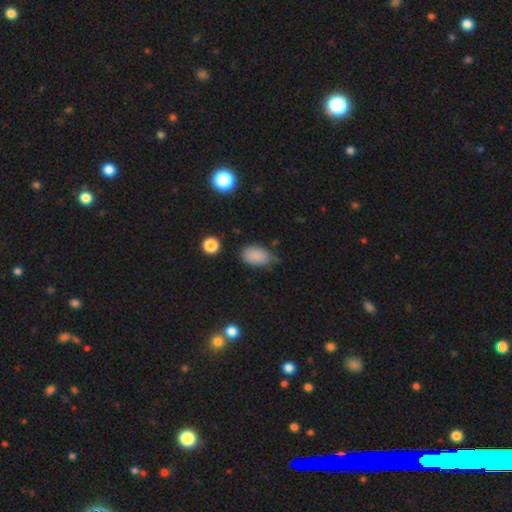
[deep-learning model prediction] smooth 86%, star or artifact 10%, featured or disk 5%. Down the decision tree: how rounded — in between (90%); merging — none (60%).